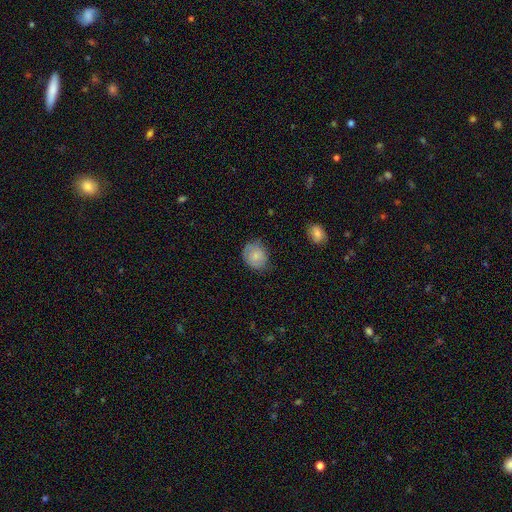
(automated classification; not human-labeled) Smooth or featured?
  - smooth: 77% *
  - featured or disk: 15%
  - star or artifact: 8%
How rounded?
  - round: 61% *
  - in between: 38%
  - cigar-shaped: 1%
Merging?
  - none: 69% *
  - minor disturbance: 24%
  - major disturbance: 6%
  - merger: 1%